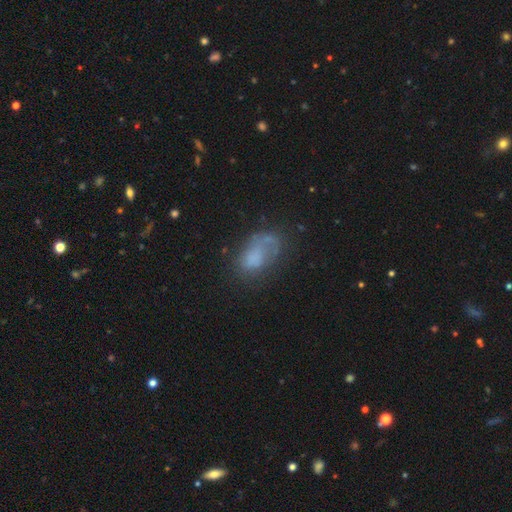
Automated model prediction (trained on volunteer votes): smooth_or_featured: smooth (p=0.58) [alt: featured or disk p=0.30]
how_rounded: in between (p=0.87) [alt: round p=0.10]
merging: none (p=0.41) [alt: major disturbance p=0.27]